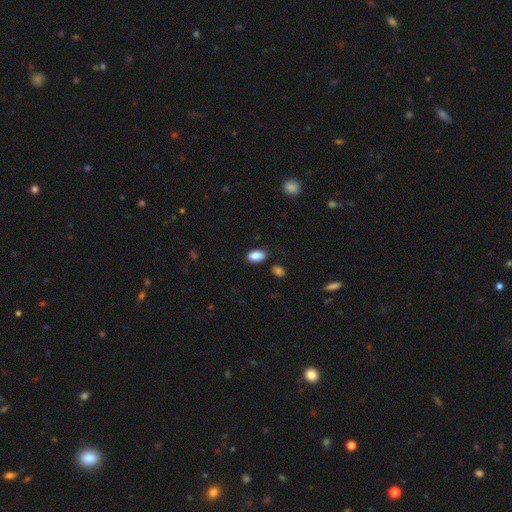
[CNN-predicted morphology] The model was most divided on "merging": none: 78%, minor disturbance: 16%, major disturbance: 3%, merger: 3%. More confident: how rounded — in between (92%); smooth or featured — smooth (88%).